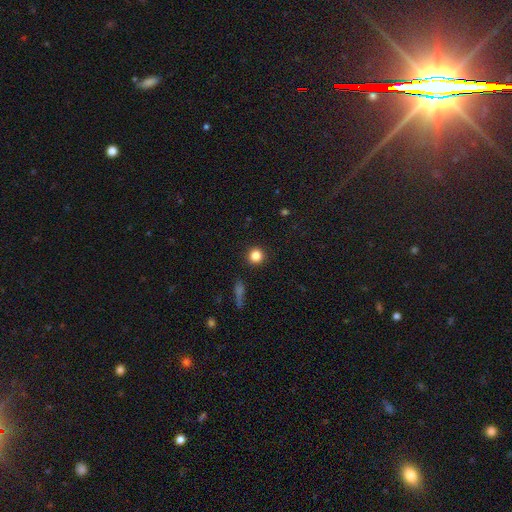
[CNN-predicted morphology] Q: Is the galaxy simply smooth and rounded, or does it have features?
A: smooth — 84%.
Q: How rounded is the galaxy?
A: round — 94%.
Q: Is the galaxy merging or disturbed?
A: none — 92%.